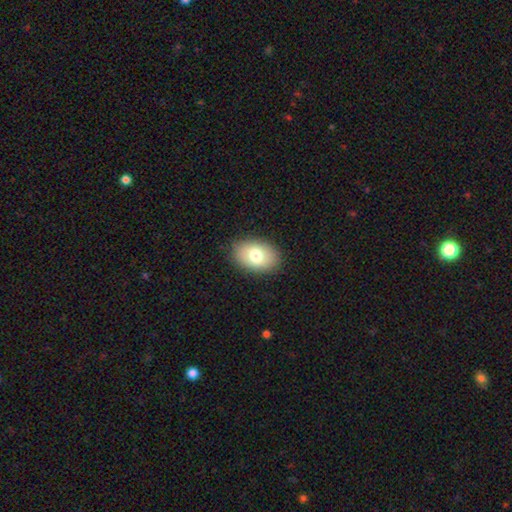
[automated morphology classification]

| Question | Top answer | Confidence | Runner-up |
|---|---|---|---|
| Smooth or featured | smooth | 77% | featured or disk (16%) |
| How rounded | in between | 86% | round (13%) |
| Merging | none | 87% | minor disturbance (9%) |